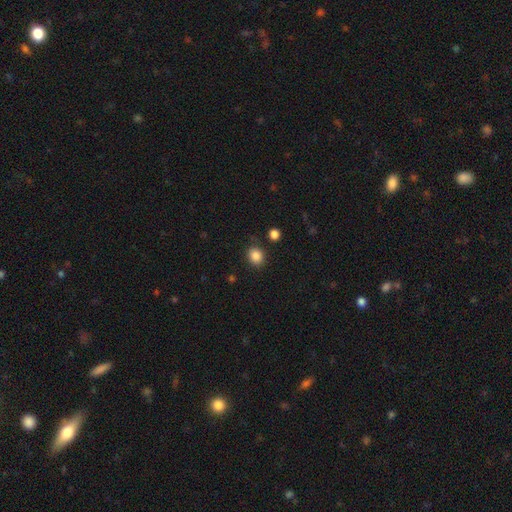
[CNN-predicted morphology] This appears to be a smooth galaxy with no disk features (86%) that is round (65%). Merging: none (83%).